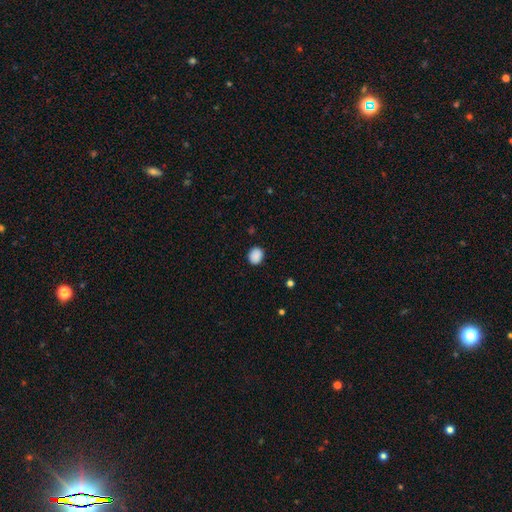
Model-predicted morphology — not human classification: Smooth or featured? Predicted: smooth (p=0.89). How rounded? Predicted: round (p=0.60). Merging? Predicted: none (p=0.87).